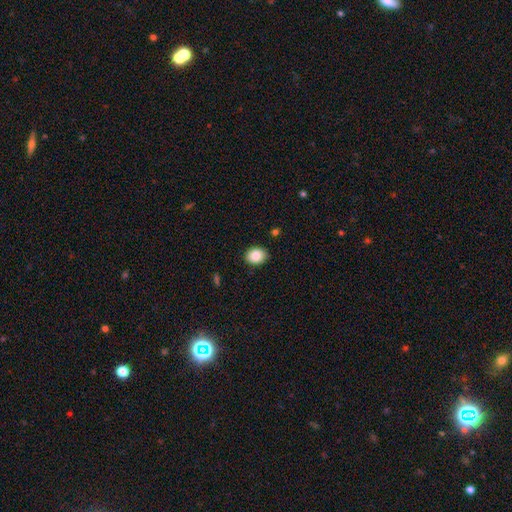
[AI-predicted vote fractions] A smooth galaxy with no disk features (88%) that is in between round and cigar-shaped (50%).

Vote fractions:
- Smooth or featured? smooth: 88% / star or artifact: 8% / featured or disk: 4%
- How rounded? in between: 50% / round: 49% / cigar-shaped: 1%
- Merging? none: 87% / minor disturbance: 9% / major disturbance: 2% / merger: 1%